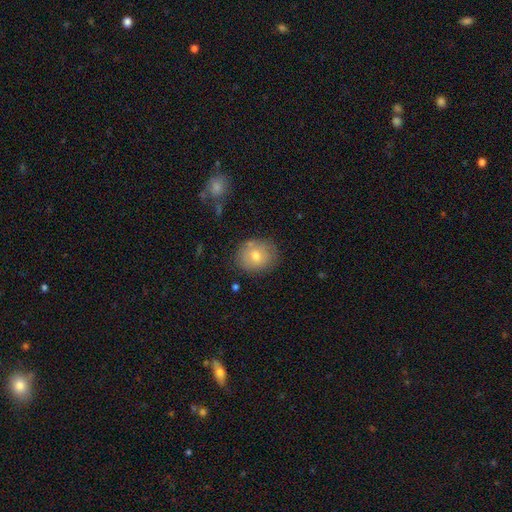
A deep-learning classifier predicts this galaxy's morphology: smooth 69%, featured or disk 22%, star or artifact 9%. Down the decision tree: how rounded — round (71%); merging — none (76%).